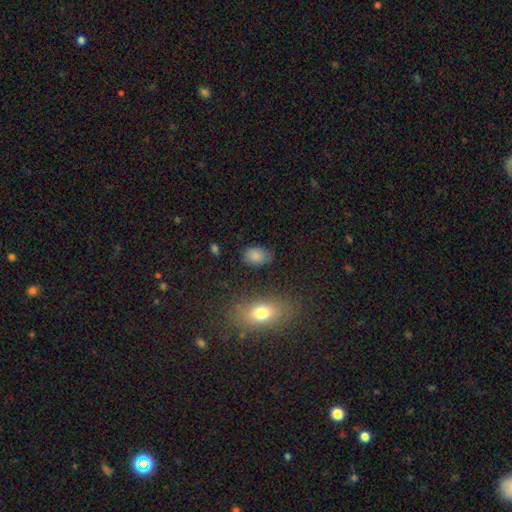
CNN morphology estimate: Smooth or featured? Predicted: smooth (p=0.82). How rounded? Predicted: in between (p=0.80). Merging? Predicted: none (p=0.75).